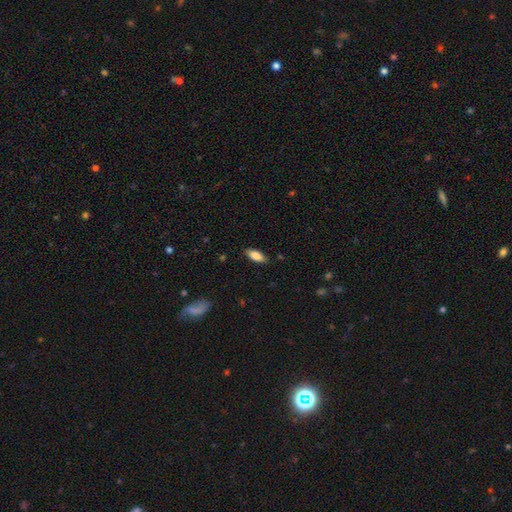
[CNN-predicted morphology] Smooth or featured? smooth (80%)
How rounded? in between (78%)
Merging? none (86%)